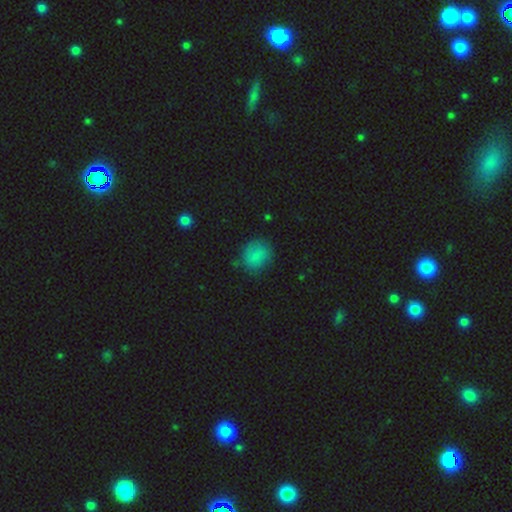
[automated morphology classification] Smooth or featured? smooth (79%)
How rounded? round (79%)
Merging? none (73%)